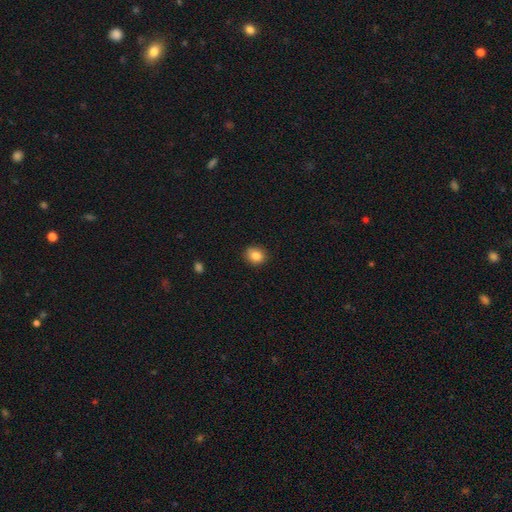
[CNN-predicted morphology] smooth 85%, star or artifact 10%, featured or disk 5%. Down the decision tree: how rounded — round (66%); merging — none (86%).